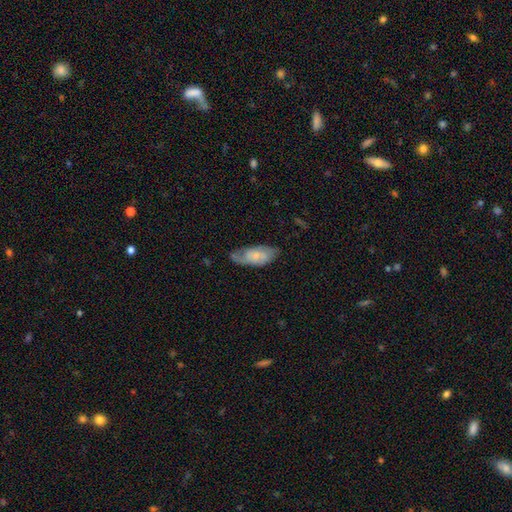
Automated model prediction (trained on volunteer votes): Smooth or featured? Predicted: featured or disk (p=0.53). Edge-on disk? Predicted: no (p=0.89). Merging? Predicted: none (p=0.64).